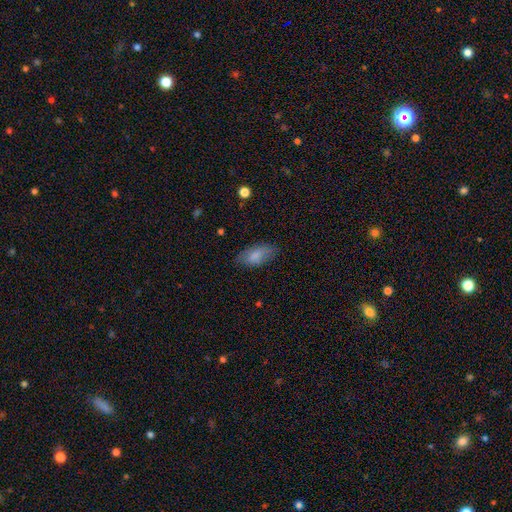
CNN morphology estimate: smooth-or-featured: smooth: 80% | featured or disk: 13% | star or artifact: 7%
  how-rounded: in between: 89% | cigar-shaped: 8% | round: 3%
  merging: none: 73% | minor disturbance: 20% | major disturbance: 5% | merger: 1%